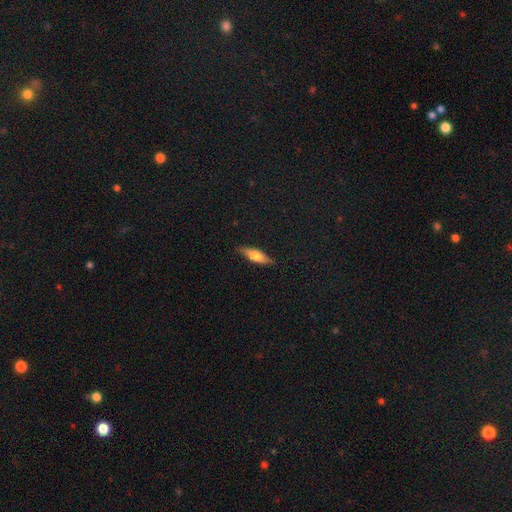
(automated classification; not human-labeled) Smooth or featured? smooth (65%)
How rounded? in between (51%)
Merging? none (81%)